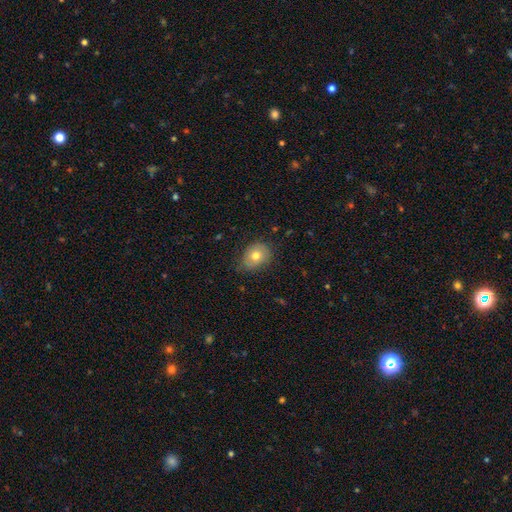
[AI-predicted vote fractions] Overall: smooth (74%). How rounded: round (50%; in between 49%). Merging: none (70%).